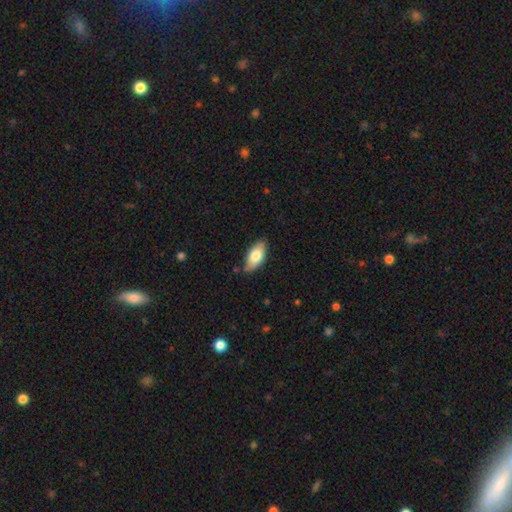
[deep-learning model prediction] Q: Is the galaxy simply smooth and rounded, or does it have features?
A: smooth — 75%.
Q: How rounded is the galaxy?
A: in between — 89%.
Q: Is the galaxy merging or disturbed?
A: none — 75%.